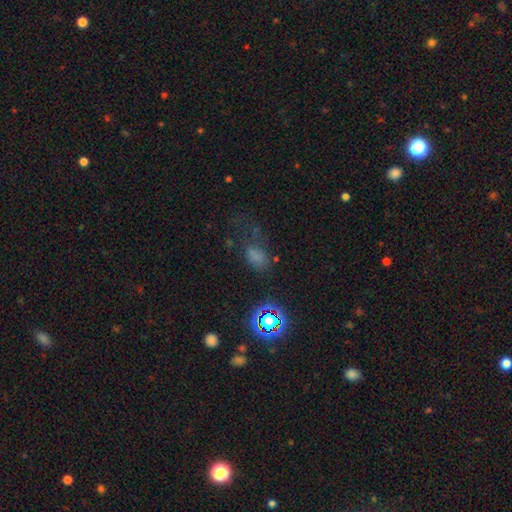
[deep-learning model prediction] Smooth or featured?
  - smooth: 60% *
  - star or artifact: 28%
  - featured or disk: 12%
How rounded?
  - in between: 79% *
  - round: 17%
  - cigar-shaped: 3%
Merging?
  - none: 42% *
  - major disturbance: 29%
  - minor disturbance: 24%
  - merger: 5%